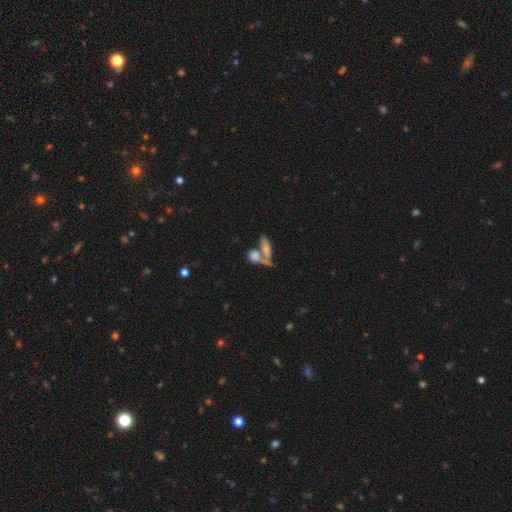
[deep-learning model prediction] smooth-or-featured: smooth: 63% | featured or disk: 25% | star or artifact: 13%
  how-rounded: in between: 58% | round: 23% | cigar-shaped: 19%
  merging: merger: 55% | none: 30% | minor disturbance: 8% | major disturbance: 7%